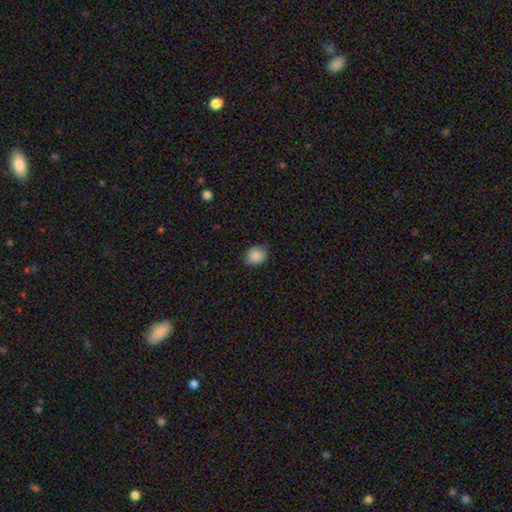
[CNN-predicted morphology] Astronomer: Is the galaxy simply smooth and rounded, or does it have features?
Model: smooth — 87%.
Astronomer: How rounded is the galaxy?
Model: round — 59% (runner-up: in between, 40%).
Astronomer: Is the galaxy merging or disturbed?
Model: none — 72%.